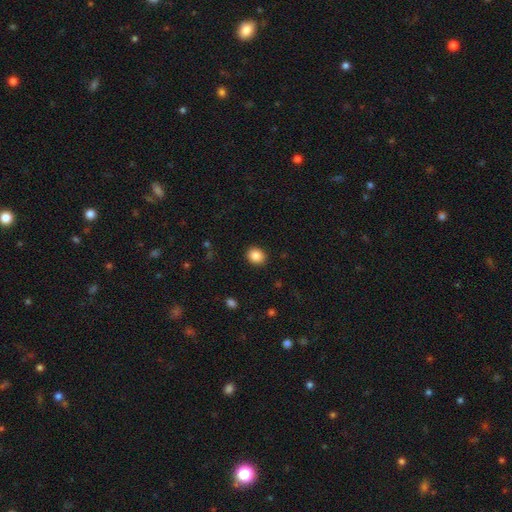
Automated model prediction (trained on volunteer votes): smooth_or_featured: smooth (p=0.87) [alt: star or artifact p=0.09]
how_rounded: round (p=0.66) [alt: in between p=0.33]
merging: none (p=0.91) [alt: minor disturbance p=0.06]